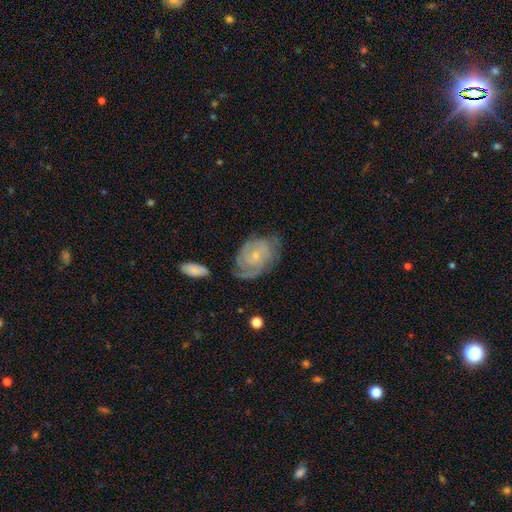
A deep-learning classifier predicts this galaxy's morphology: Overall: featured or disk (78%). Edge-on disk: no (97%). Bar: no (73%). Spiral arms: yes (94%). Spiral arm count: 2 (33%; can't tell 31%). Spiral winding: tight (64%; medium 29%). Bulge size: small (78%). Merging: none (61%; minor disturbance 24%).